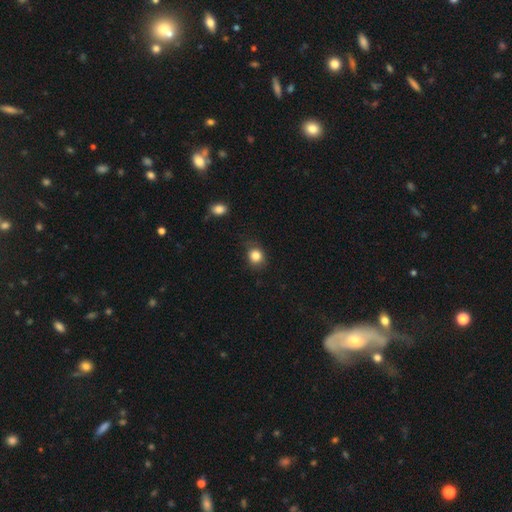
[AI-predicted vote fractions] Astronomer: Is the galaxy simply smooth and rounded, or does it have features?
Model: smooth — 83%.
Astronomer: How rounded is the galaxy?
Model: round — 73%.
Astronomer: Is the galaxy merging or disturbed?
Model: none — 76%.